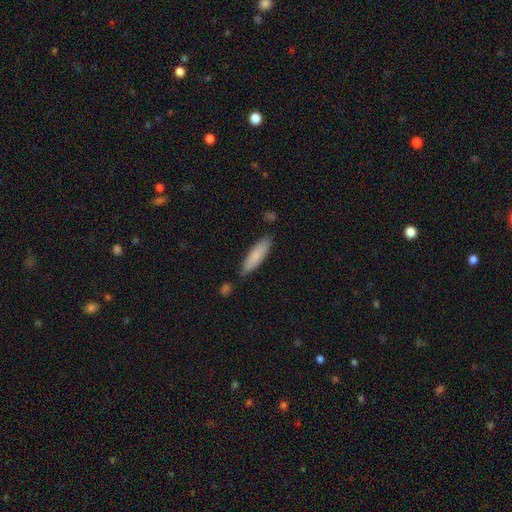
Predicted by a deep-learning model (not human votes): Overall: smooth (81%). How rounded: cigar-shaped (62%; in between 37%). Merging: none (77%).